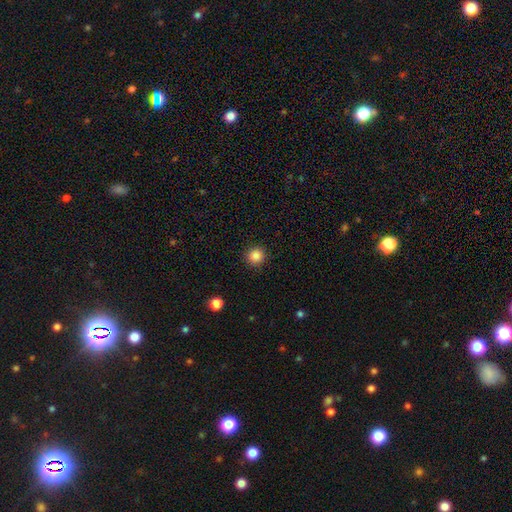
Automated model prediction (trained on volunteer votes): smooth-or-featured: smooth: 87% | star or artifact: 10% | featured or disk: 3%
  how-rounded: round: 94% | in between: 5% | cigar-shaped: 1%
  merging: none: 91% | minor disturbance: 6% | major disturbance: 2% | merger: 1%